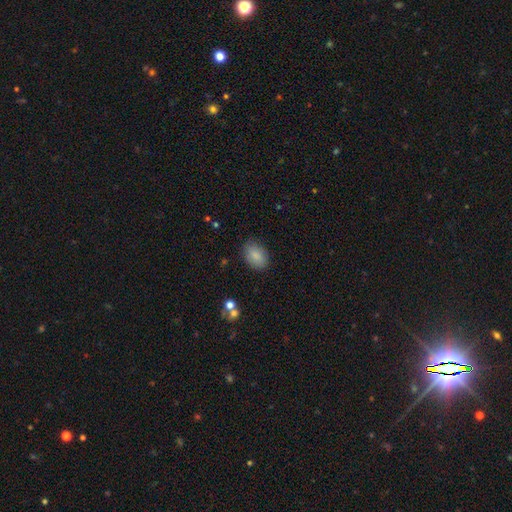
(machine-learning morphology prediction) type=smooth (86%); roundness=in between (85%); merging=none (84%).